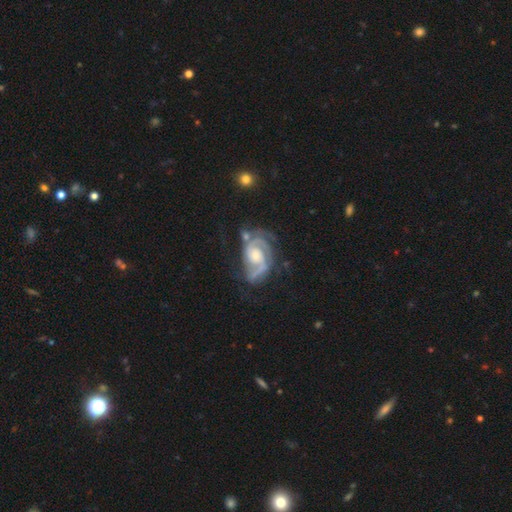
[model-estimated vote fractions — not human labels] The model was most divided on "spiral winding" (2-way tie): medium: 45%, tight: 45%, loose: 10%. More confident: edge-on disk — no (98%); spiral arms — yes (98%); smooth or featured — featured or disk (90%); spiral arm count — 2 (71%); bar — no (59%); bulge size — moderate (57%); merging — none (56%).